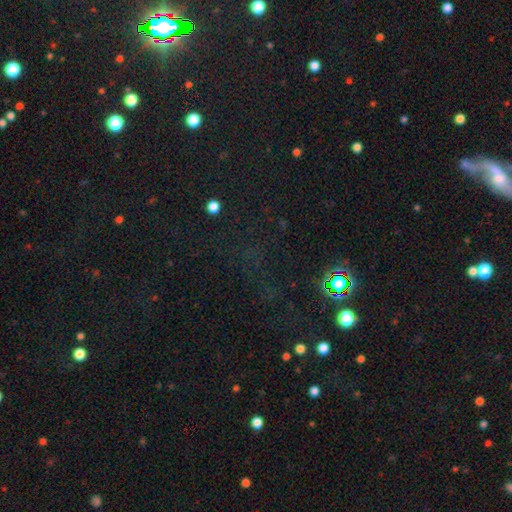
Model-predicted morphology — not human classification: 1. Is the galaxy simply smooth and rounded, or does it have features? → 72% star or artifact, 20% smooth, 9% featured or disk.